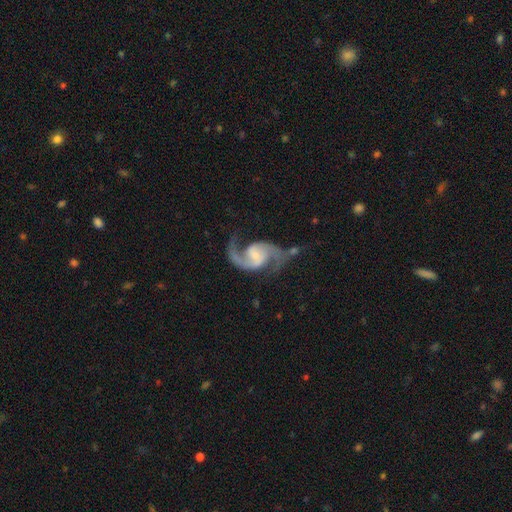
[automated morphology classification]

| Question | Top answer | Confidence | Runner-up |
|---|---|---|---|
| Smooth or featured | featured or disk | 92% | star or artifact (4%) |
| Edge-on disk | no | 98% | yes (2%) |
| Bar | weak | 48% | no (34%) |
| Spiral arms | yes | 98% | no (2%) |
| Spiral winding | medium | 47% | loose (46%) |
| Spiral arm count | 2 | 93% | 1 (2%) |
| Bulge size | small | 43% | none (25%) |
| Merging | none | 67% | minor disturbance (16%) |